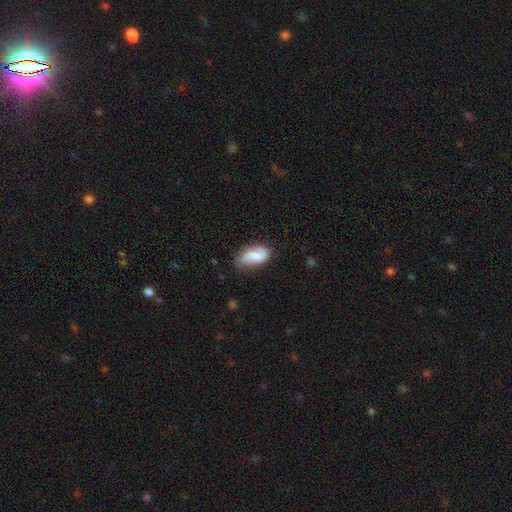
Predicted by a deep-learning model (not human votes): This appears to be a smooth galaxy with no disk features (71%) that is in between round and cigar-shaped (92%). Merging: none (51%).